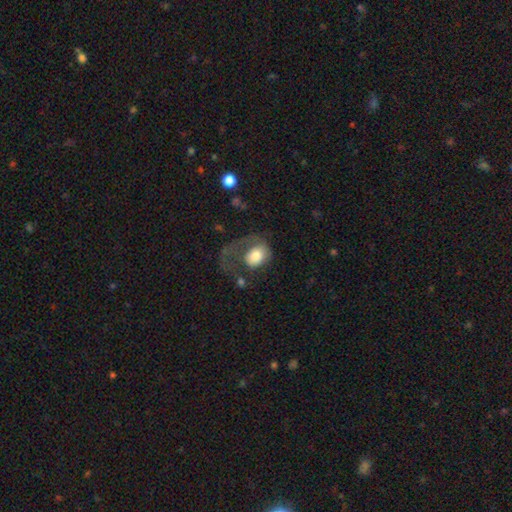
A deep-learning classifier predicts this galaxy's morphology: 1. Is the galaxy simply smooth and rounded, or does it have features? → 64% smooth, 28% featured or disk, 7% star or artifact.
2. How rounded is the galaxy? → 50% in between, 49% round, 1% cigar-shaped.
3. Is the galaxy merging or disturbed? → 60% major disturbance, 20% none, 14% minor disturbance, 6% merger.